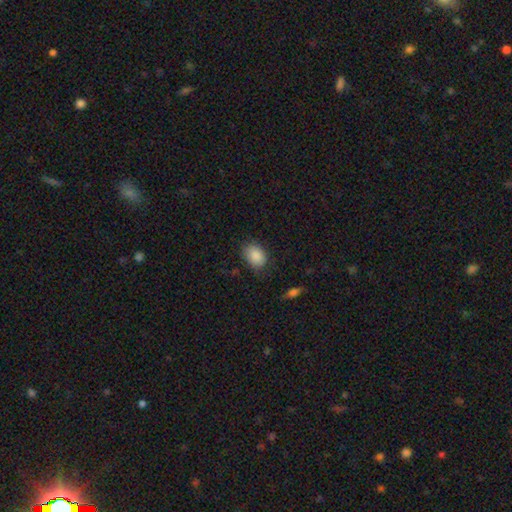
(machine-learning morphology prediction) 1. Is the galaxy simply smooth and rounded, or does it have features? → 88% smooth, 7% star or artifact, 5% featured or disk.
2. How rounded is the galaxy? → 73% in between, 26% round, 1% cigar-shaped.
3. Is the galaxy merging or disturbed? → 75% none, 19% minor disturbance, 5% major disturbance, 1% merger.